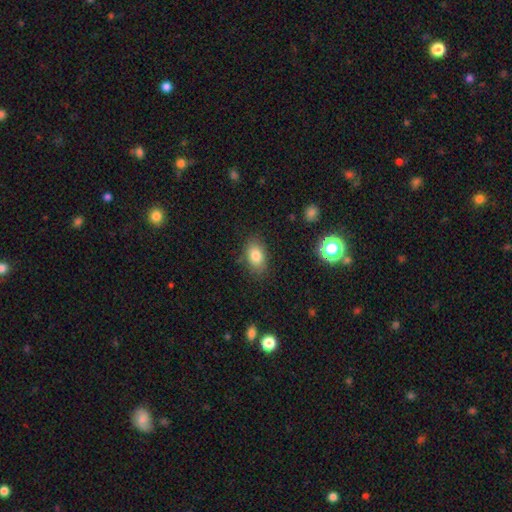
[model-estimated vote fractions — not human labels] Smooth or featured? Predicted: smooth (p=0.82). How rounded? Predicted: in between (p=0.83). Merging? Predicted: none (p=0.82).